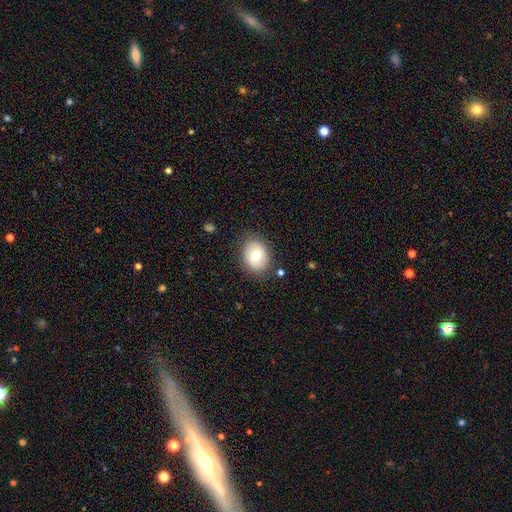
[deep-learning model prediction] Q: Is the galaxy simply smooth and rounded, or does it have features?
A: smooth — 74%.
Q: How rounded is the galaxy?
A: in between — 51%.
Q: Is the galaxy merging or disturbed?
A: none — 83%.